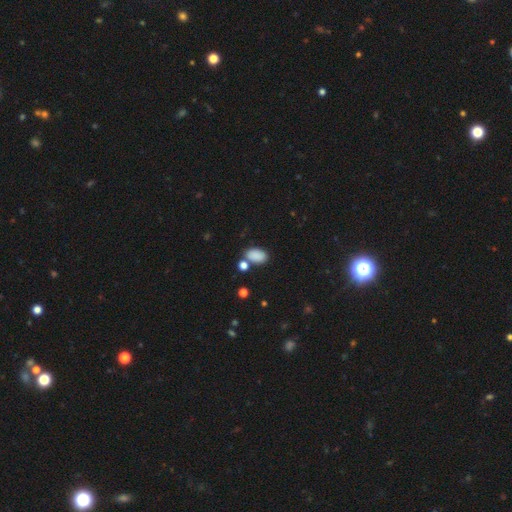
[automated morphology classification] type=smooth (86%); roundness=in between (90%); merging=none (67%).